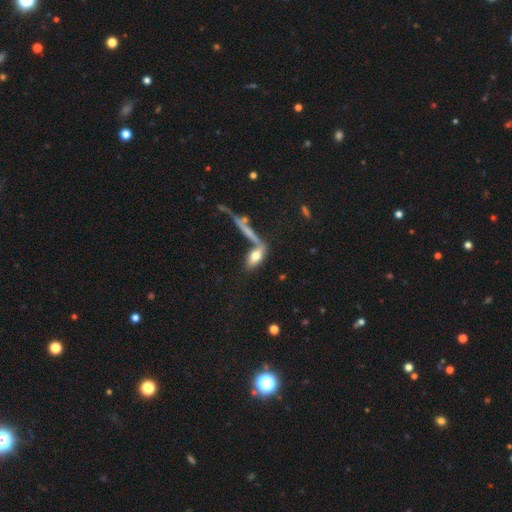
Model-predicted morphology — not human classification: smooth 69%, featured or disk 22%, star or artifact 9%. Down the decision tree: how rounded — in between (74%); merging — none (46%).